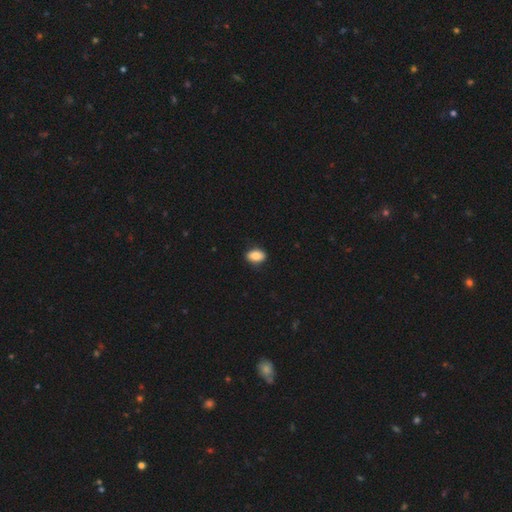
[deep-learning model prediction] Smooth or featured? smooth (83%)
How rounded? in between (82%)
Merging? none (86%)